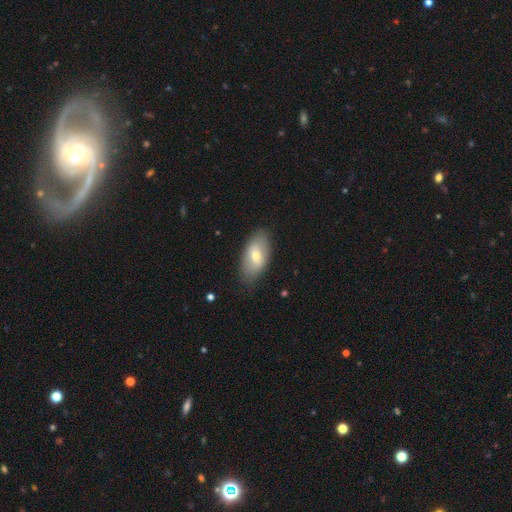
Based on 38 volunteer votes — Q: Smooth or featured?
A: smooth (66%); runner-up: featured or disk (32%)
Q: How rounded?
A: in between (84%); runner-up: cigar-shaped (12%)
Q: Merging?
A: none (73%); runner-up: minor disturbance (22%)